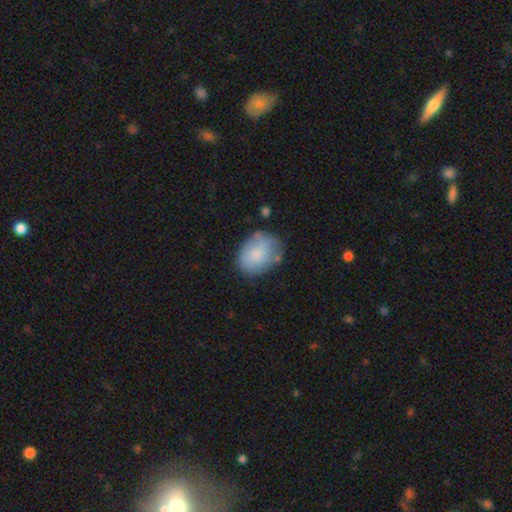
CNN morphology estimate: Smooth or featured: smooth — 73% (featured or disk — 20%)
How rounded: in between — 65% (round — 34%)
Merging: none — 59% (minor disturbance — 27%)